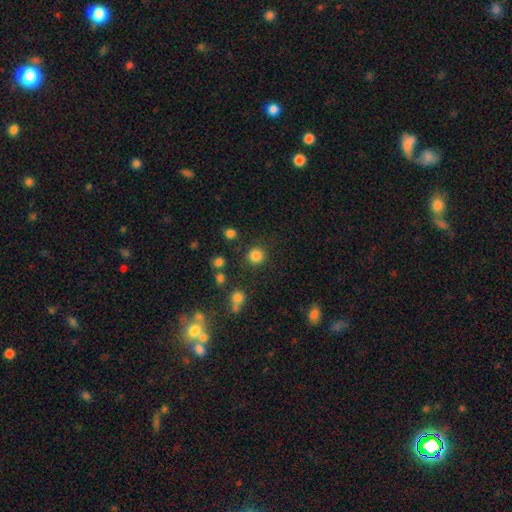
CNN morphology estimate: Smooth or featured? smooth (83%)
How rounded? round (92%)
Merging? none (85%)